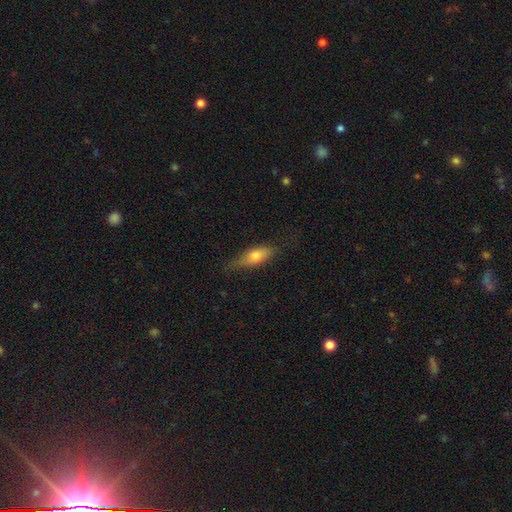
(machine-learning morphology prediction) Smooth or featured? Predicted: smooth (p=0.67). How rounded? Predicted: in between (p=0.64). Merging? Predicted: none (p=0.66).